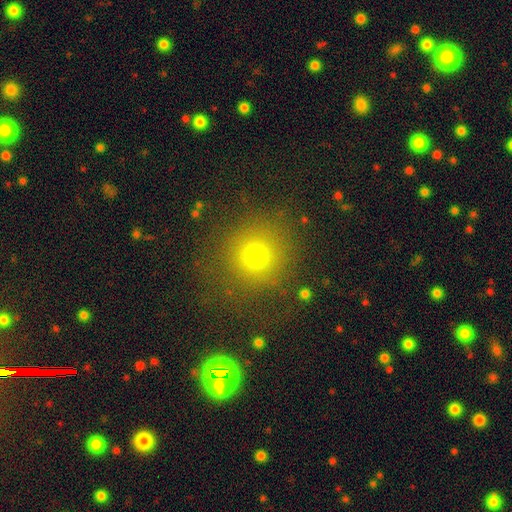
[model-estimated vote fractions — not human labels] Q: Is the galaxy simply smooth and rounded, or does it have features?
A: smooth — 71%.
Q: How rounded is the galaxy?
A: round — 91%.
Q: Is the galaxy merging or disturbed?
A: none — 82%.